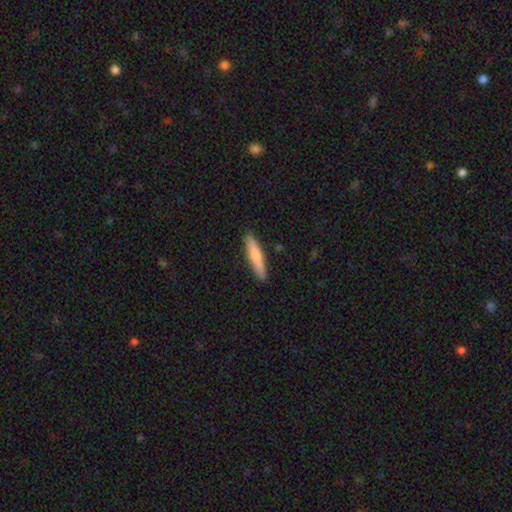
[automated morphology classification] Smooth or featured?
  - smooth: 72% *
  - featured or disk: 23%
  - star or artifact: 5%
How rounded?
  - cigar-shaped: 87% *
  - in between: 11%
  - round: 1%
Merging?
  - none: 89% *
  - minor disturbance: 8%
  - major disturbance: 2%
  - merger: 1%